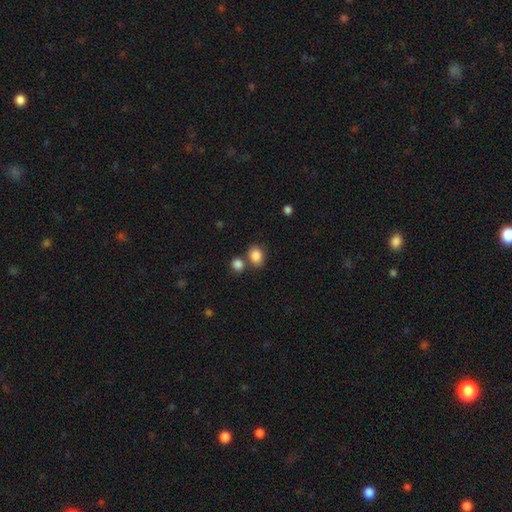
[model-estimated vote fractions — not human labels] Smooth or featured: smooth — 86% (star or artifact — 9%)
How rounded: in between — 54% (round — 45%)
Merging: none — 65% (merger — 20%)